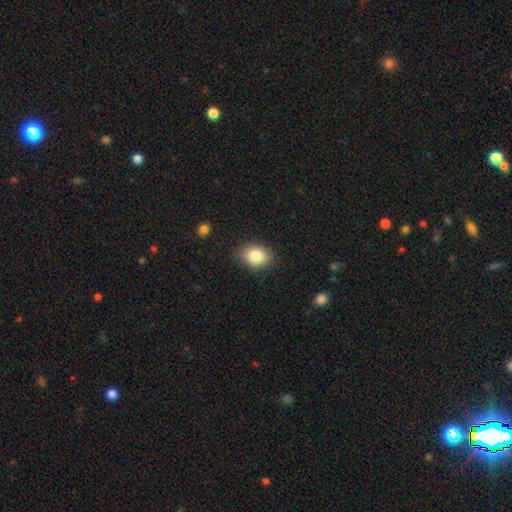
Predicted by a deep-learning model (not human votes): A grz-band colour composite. It shows a smooth galaxy with no disk features (85%) that is in between round and cigar-shaped (66%). Merging: none (84%).